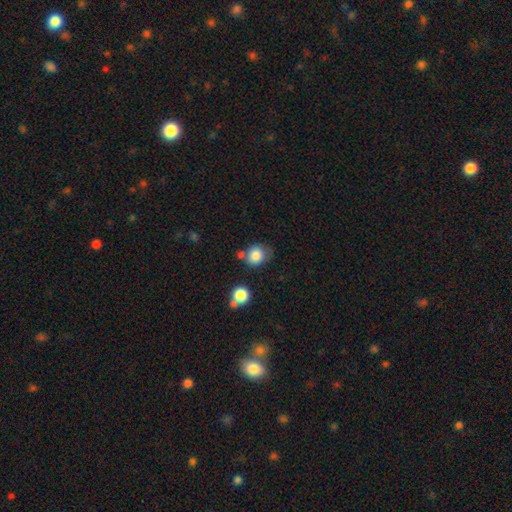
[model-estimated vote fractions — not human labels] Q: Smooth or featured?
A: smooth (83%); runner-up: star or artifact (10%)
Q: How rounded?
A: round (69%); runner-up: in between (30%)
Q: Merging?
A: none (60%); runner-up: minor disturbance (22%)